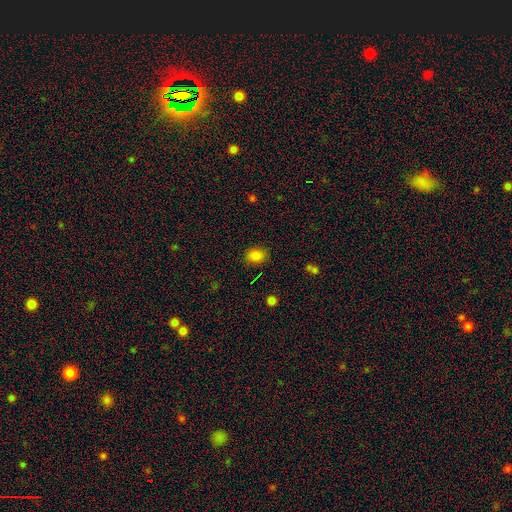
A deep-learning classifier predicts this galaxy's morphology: smooth-or-featured: smooth: 84% | star or artifact: 12% | featured or disk: 5%
  how-rounded: round: 60% | in between: 40% | cigar-shaped: 1%
  merging: none: 85% | minor disturbance: 11% | major disturbance: 3% | merger: 1%